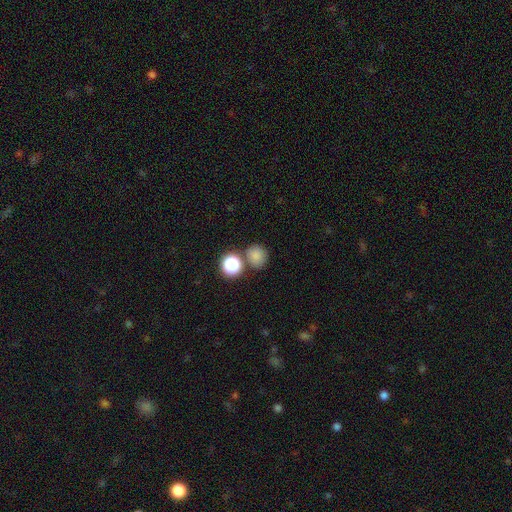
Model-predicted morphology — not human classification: smooth-or-featured: smooth: 78% | star or artifact: 16% | featured or disk: 6%
  how-rounded: round: 84% | in between: 15% | cigar-shaped: 1%
  merging: none: 69% | merger: 17% | minor disturbance: 10% | major disturbance: 4%